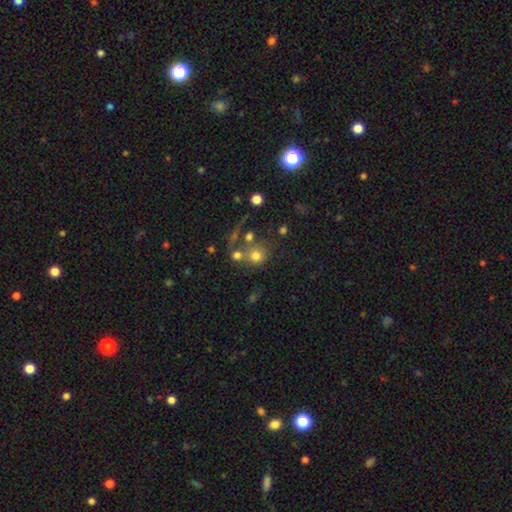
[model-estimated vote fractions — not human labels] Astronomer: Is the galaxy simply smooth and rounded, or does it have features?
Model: smooth — 71%.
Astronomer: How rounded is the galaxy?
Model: round — 85%.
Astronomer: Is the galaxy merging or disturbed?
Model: none — 49% (runner-up: merger, 31%).